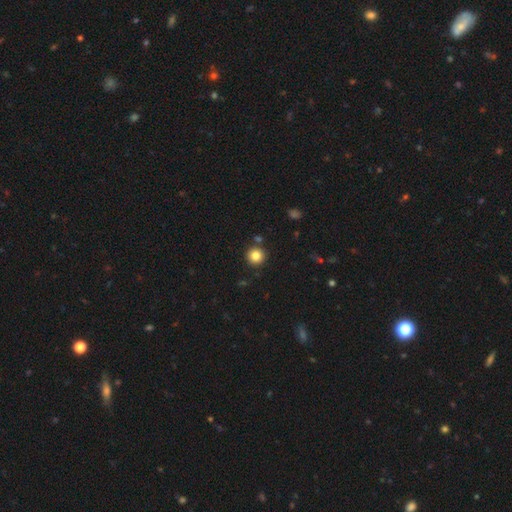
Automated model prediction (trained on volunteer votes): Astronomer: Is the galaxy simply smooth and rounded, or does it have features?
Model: smooth — 83%.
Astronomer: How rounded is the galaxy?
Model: round — 95%.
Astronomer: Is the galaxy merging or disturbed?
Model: none — 87%.